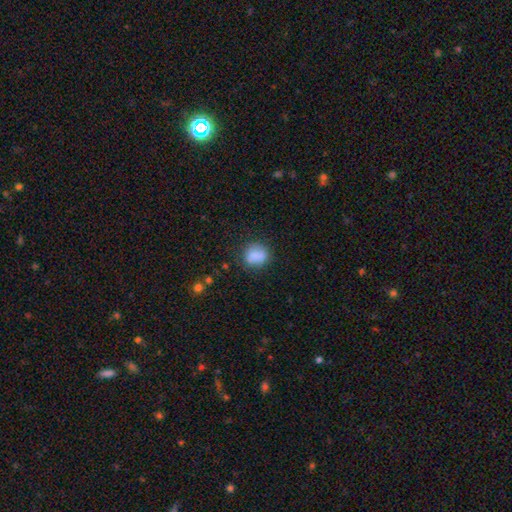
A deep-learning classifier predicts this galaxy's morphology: smooth_or_featured: smooth (p=0.79) [alt: featured or disk p=0.12]
how_rounded: round (p=0.71) [alt: in between p=0.28]
merging: none (p=0.70) [alt: minor disturbance p=0.18]